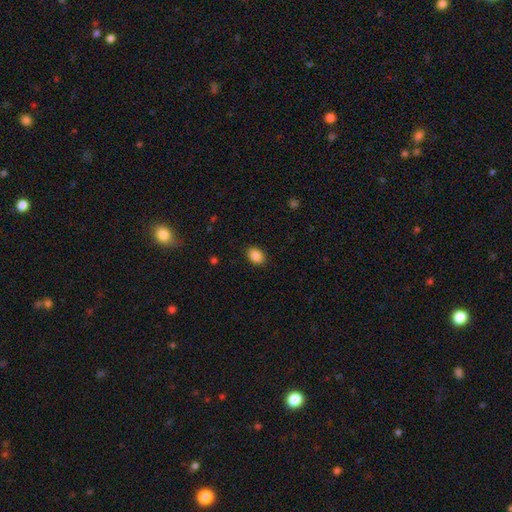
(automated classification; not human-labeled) Smooth or featured?
  - smooth: 87% *
  - star or artifact: 9%
  - featured or disk: 4%
How rounded?
  - in between: 75% *
  - round: 24%
  - cigar-shaped: 1%
Merging?
  - none: 88% *
  - minor disturbance: 8%
  - major disturbance: 2%
  - merger: 1%